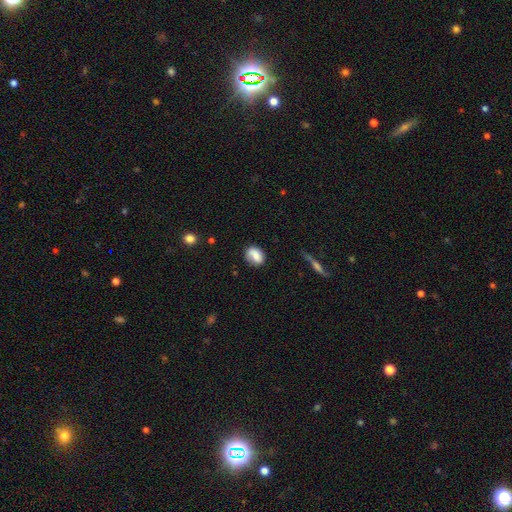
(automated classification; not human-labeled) Smooth or featured? smooth (76%)
How rounded? in between (65%)
Merging? none (69%)